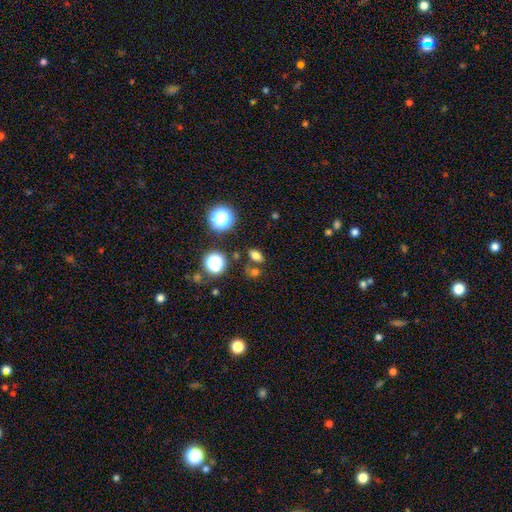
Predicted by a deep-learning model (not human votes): The model was most divided on "how rounded": in between: 73%, round: 23%, cigar-shaped: 4%. More confident: merging — none (73%); smooth or featured — smooth (72%).